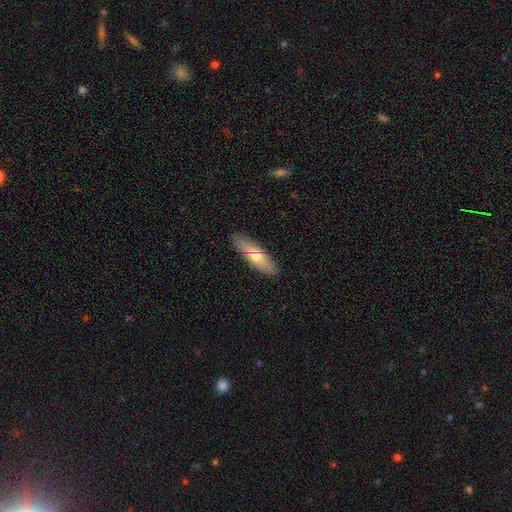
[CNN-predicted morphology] smooth_or_featured: smooth (p=0.64) [alt: featured or disk p=0.30]
how_rounded: cigar-shaped (p=0.55) [alt: in between p=0.43]
merging: none (p=0.88) [alt: minor disturbance p=0.09]